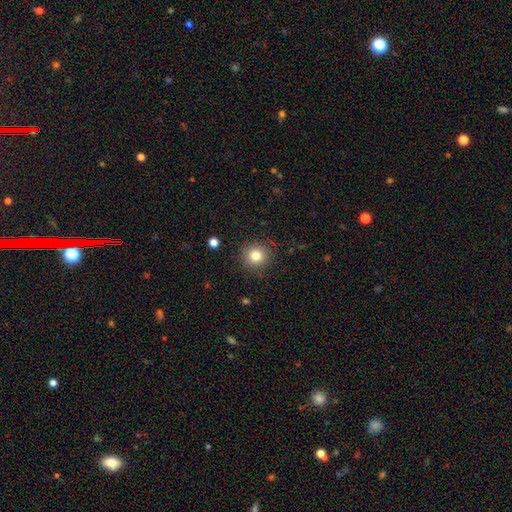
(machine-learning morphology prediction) Overall: smooth (81%). How rounded: round (93%). Merging: none (89%).